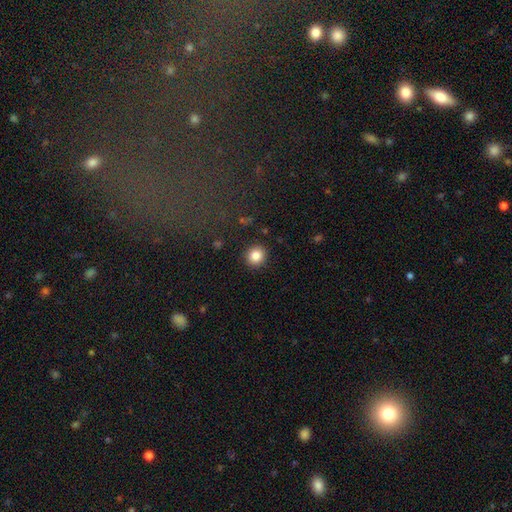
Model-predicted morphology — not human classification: smooth-or-featured: smooth: 84% | star or artifact: 10% | featured or disk: 6%
  how-rounded: round: 88% | in between: 11% | cigar-shaped: 1%
  merging: none: 91% | minor disturbance: 6% | major disturbance: 2% | merger: 1%